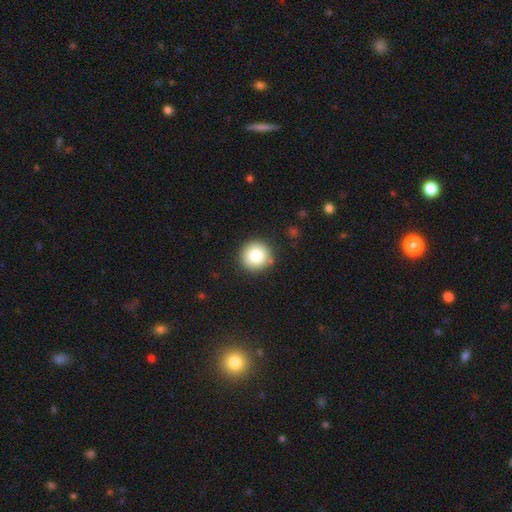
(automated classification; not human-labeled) smooth 83%, star or artifact 9%, featured or disk 8%. Down the decision tree: how rounded — round (95%); merging — none (89%).